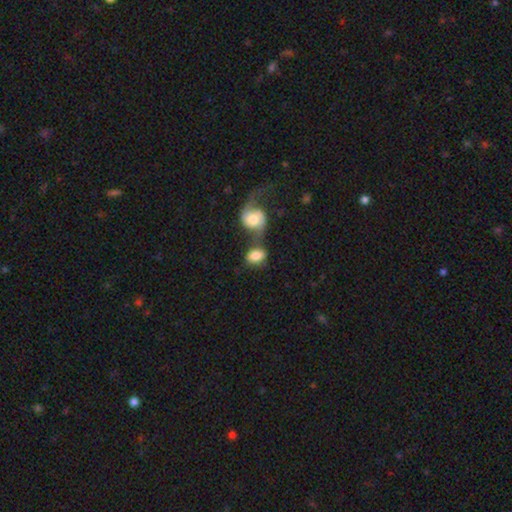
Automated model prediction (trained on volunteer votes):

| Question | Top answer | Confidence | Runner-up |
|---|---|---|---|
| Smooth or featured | smooth | 74% | featured or disk (19%) |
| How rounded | in between | 79% | round (19%) |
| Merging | merger | 53% | none (26%) |